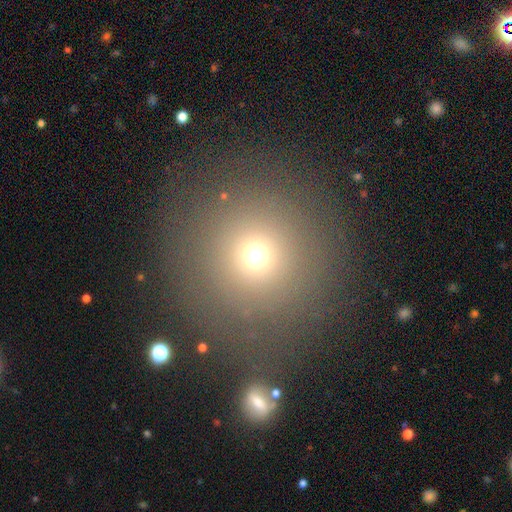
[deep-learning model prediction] Smooth or featured: smooth — 68% (star or artifact — 22%)
How rounded: round — 95% (in between — 4%)
Merging: none — 82% (minor disturbance — 8%)